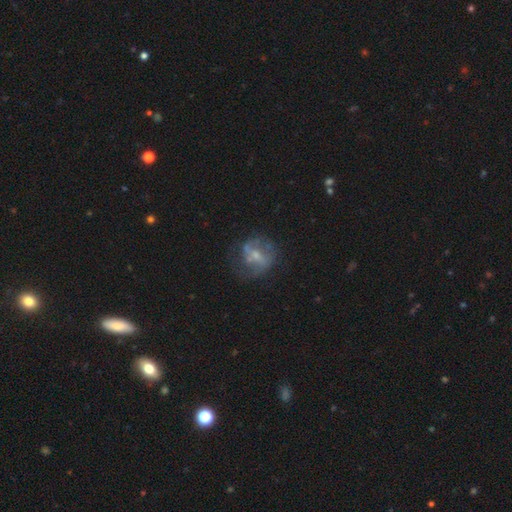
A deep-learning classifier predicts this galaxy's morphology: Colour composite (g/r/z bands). It shows a featured or disk galaxy (61%) with a weak bar (43%), spiral arms (53%) and a small central bulge (51%). Merging: none (54%).